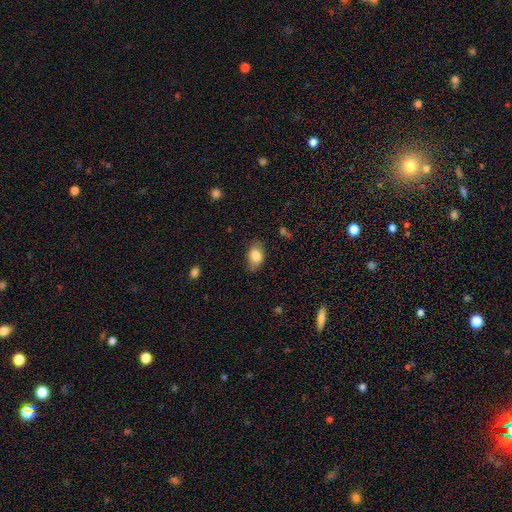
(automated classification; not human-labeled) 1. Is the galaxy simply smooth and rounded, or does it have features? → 81% smooth, 11% featured or disk, 7% star or artifact.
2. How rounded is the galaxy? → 89% in between, 10% round, 2% cigar-shaped.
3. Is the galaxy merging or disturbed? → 76% none, 18% minor disturbance, 4% major disturbance, 1% merger.